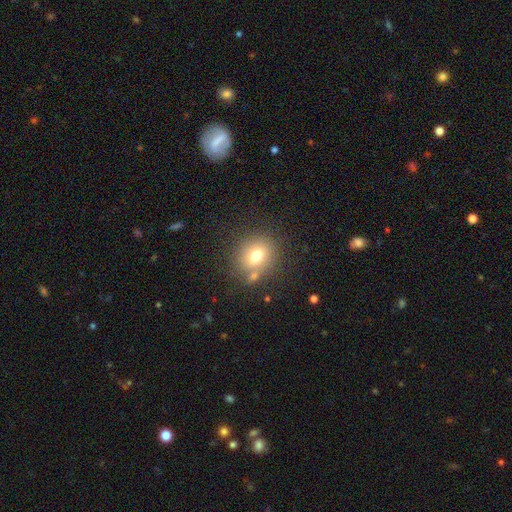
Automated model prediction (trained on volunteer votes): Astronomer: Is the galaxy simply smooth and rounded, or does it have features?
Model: smooth — 72%.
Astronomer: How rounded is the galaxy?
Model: round — 64%.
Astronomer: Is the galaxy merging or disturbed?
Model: none — 72%.